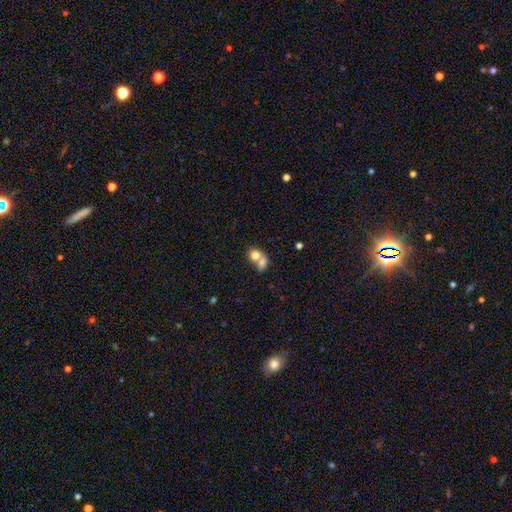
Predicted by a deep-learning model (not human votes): smooth_or_featured: smooth (p=0.73) [alt: featured or disk p=0.18]
how_rounded: round (p=0.59) [alt: in between p=0.40]
merging: merger (p=0.69) [alt: none p=0.22]